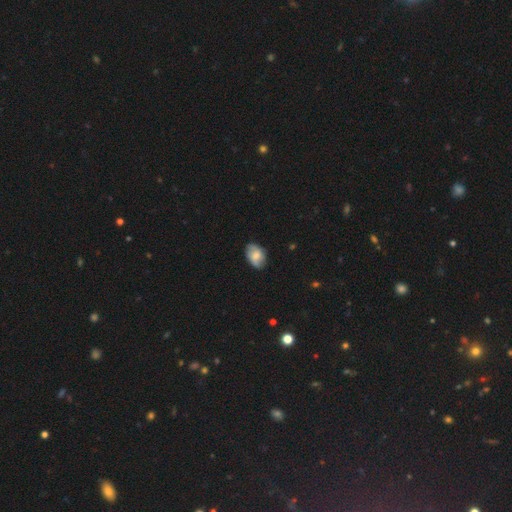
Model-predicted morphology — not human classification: A smooth galaxy with no disk features (59%) that is in between round and cigar-shaped (82%). Merging: none (74%).